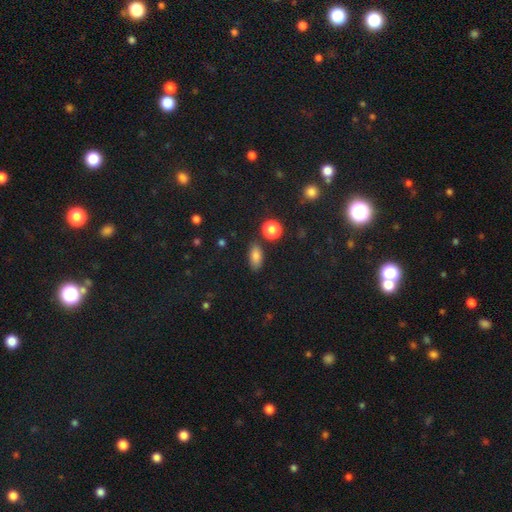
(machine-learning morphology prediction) A smooth galaxy with no disk features (82%) that is in between round and cigar-shaped (83%).

Vote fractions:
- Smooth or featured? smooth: 82% / star or artifact: 11% / featured or disk: 7%
- How rounded? in between: 83% / cigar-shaped: 9% / round: 8%
- Merging? none: 81% / minor disturbance: 12% / merger: 4% / major disturbance: 3%